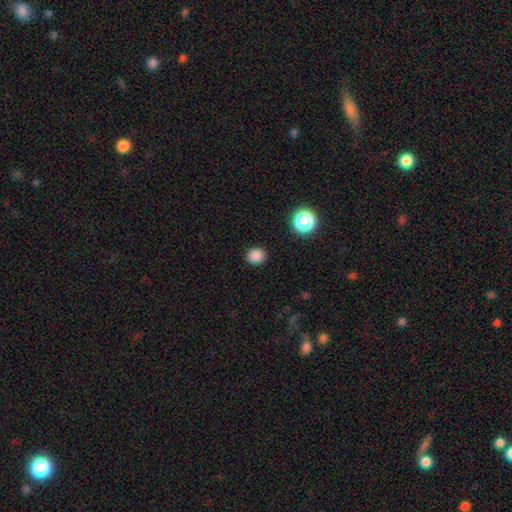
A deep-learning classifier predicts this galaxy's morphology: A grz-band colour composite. It shows a smooth galaxy with no disk features (85%) that is round (84%). Merging: none (91%).